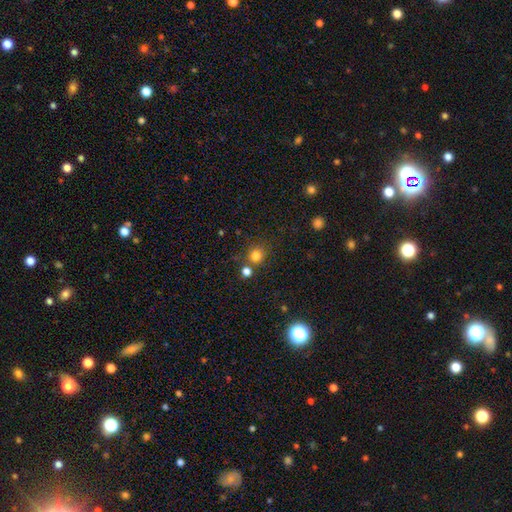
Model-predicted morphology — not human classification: A smooth galaxy with no disk features (78%) that is round (86%).

Vote fractions:
- Smooth or featured? smooth: 78% / star or artifact: 16% / featured or disk: 6%
- How rounded? round: 86% / in between: 13% / cigar-shaped: 1%
- Merging? none: 69% / merger: 17% / minor disturbance: 10% / major disturbance: 4%